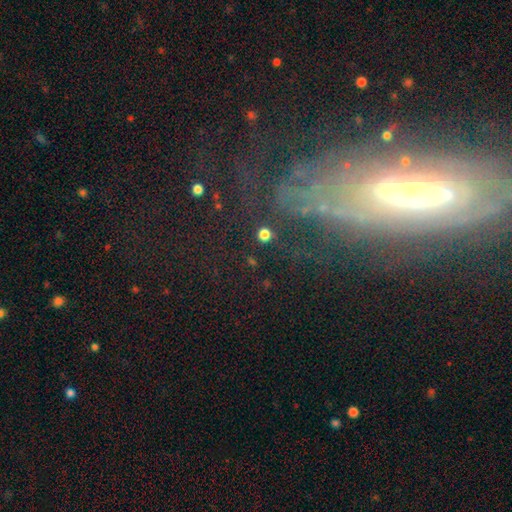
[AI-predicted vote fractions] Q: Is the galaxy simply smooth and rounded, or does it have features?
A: featured or disk — 66%.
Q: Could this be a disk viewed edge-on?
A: no — 68%.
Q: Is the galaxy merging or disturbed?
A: none — 59%.